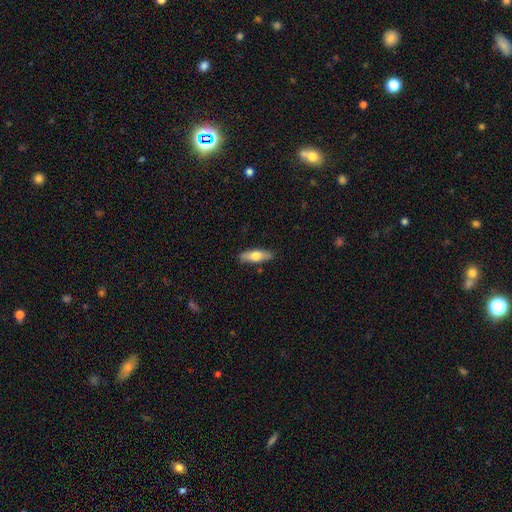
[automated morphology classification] A smooth galaxy with no disk features (66%) that is in between round and cigar-shaped (54%). Merging: none (86%).